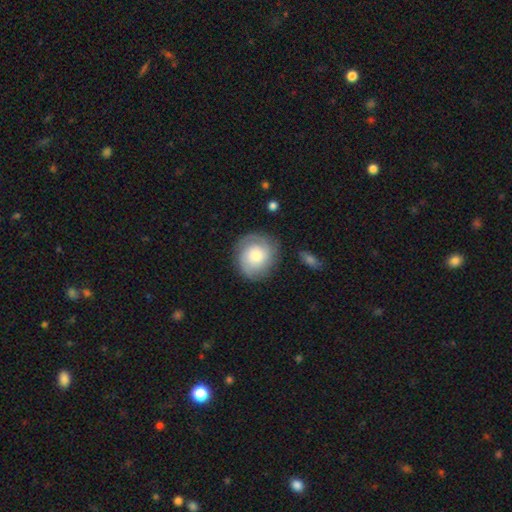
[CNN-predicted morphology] Q: Smooth or featured?
A: featured or disk (52%); runner-up: smooth (41%)
Q: Edge-on disk?
A: no (97%); runner-up: yes (3%)
Q: Bar?
A: no (77%); runner-up: weak (20%)
Q: Spiral arms?
A: yes (88%); runner-up: no (12%)
Q: Bulge size?
A: moderate (46%); runner-up: small (27%)
Q: Merging?
A: none (80%); runner-up: minor disturbance (13%)